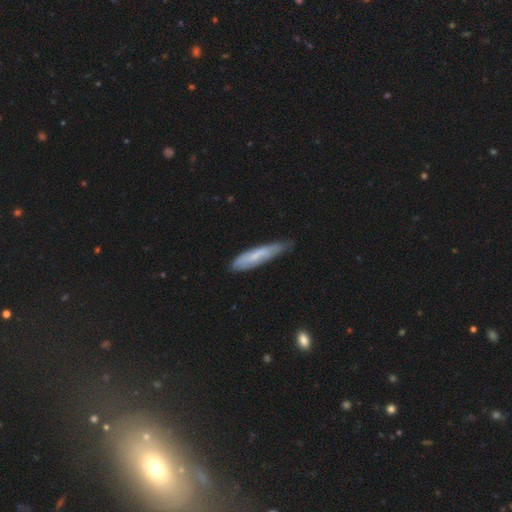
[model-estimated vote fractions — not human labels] A smooth galaxy with no disk features (63%) that is cigar-shaped (80%). Merging: none (58%).